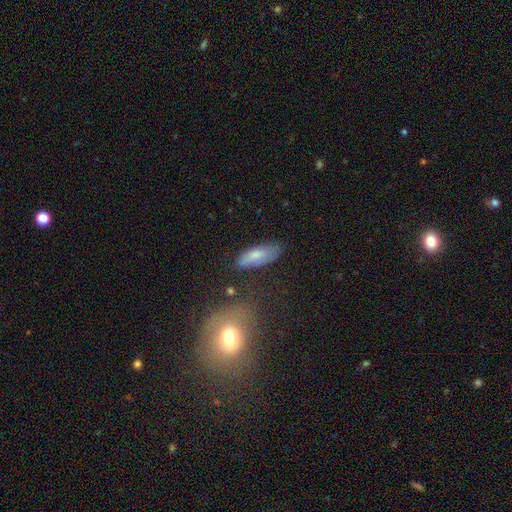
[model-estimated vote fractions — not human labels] Morphology: type=smooth (72%); roundness=in between (67%); merging=none (64%).